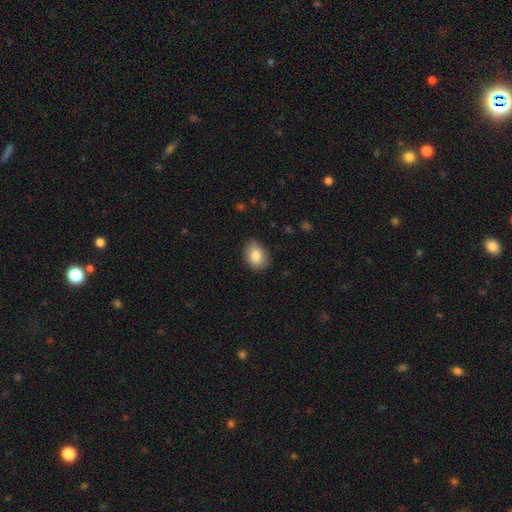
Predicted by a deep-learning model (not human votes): smooth_or_featured: smooth (p=0.84) [alt: featured or disk p=0.08]
how_rounded: in between (p=0.74) [alt: round p=0.25]
merging: none (p=0.82) [alt: minor disturbance p=0.14]